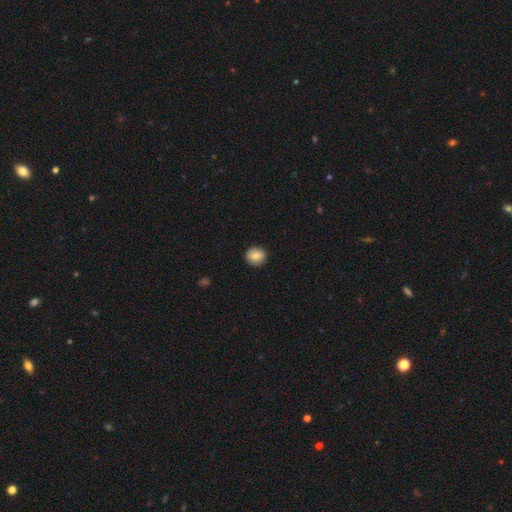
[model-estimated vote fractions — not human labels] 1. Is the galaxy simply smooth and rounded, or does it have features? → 82% smooth, 10% featured or disk, 8% star or artifact.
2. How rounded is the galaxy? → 81% round, 18% in between, 1% cigar-shaped.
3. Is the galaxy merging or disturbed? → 89% none, 8% minor disturbance, 2% major disturbance, 1% merger.